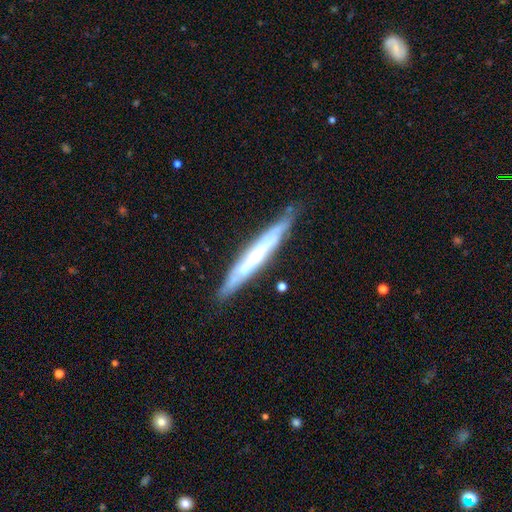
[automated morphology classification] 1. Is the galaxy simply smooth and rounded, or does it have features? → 65% featured or disk, 29% smooth, 6% star or artifact.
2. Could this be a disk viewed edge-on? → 81% yes, 19% no.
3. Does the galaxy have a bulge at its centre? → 62% none, 29% rounded, 9% boxy.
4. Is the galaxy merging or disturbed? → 82% none, 14% minor disturbance, 2% major disturbance, 2% merger.